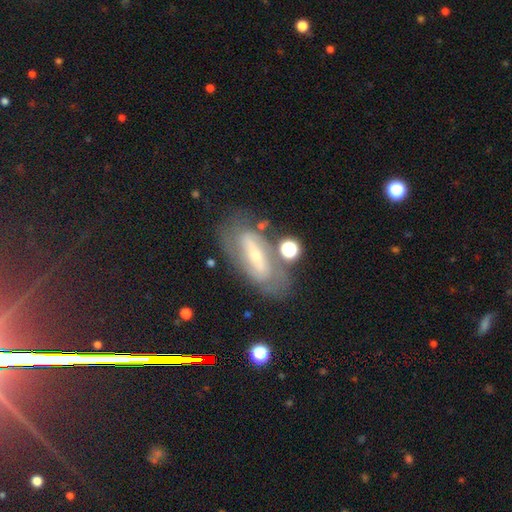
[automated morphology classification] Smooth or featured: featured or disk — 73% (smooth — 19%)
Edge-on disk: no — 85% (yes — 15%)
Bar: strong — 47% (weak — 29%)
Spiral arms: yes — 73% (no — 27%)
Bulge size: small — 68% (moderate — 27%)
Merging: none — 68% (minor disturbance — 17%)